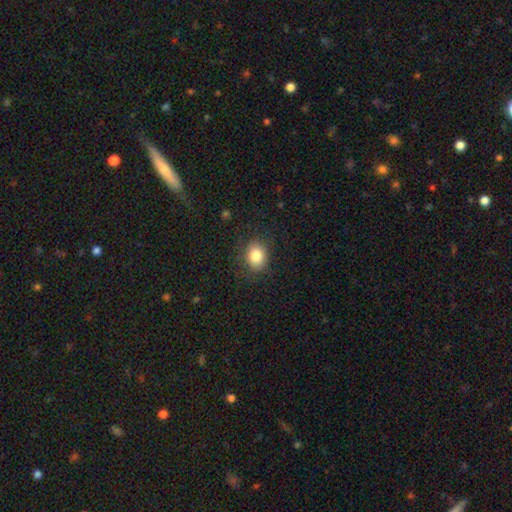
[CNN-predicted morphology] Q: Smooth or featured?
A: smooth (83%); runner-up: star or artifact (10%)
Q: How rounded?
A: round (51%); runner-up: in between (48%)
Q: Merging?
A: none (85%); runner-up: minor disturbance (10%)